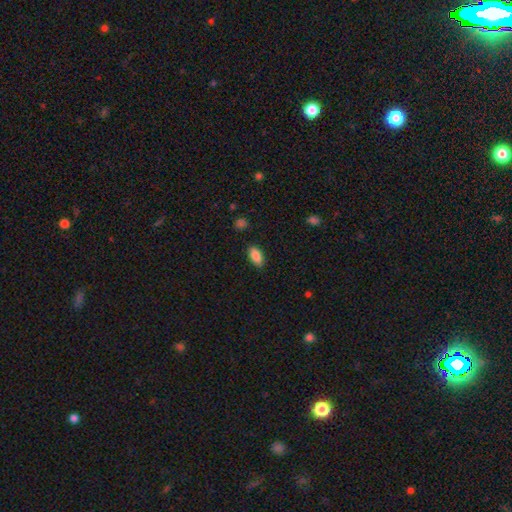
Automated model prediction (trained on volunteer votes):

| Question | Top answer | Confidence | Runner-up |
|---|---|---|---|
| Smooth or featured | smooth | 88% | star or artifact (7%) |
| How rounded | in between | 90% | cigar-shaped (7%) |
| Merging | none | 87% | minor disturbance (10%) |